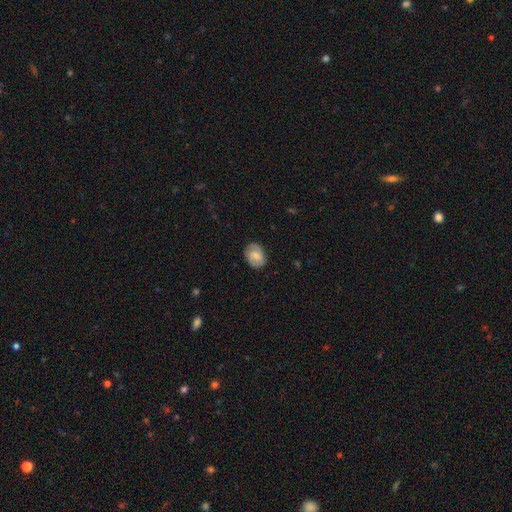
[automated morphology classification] Q: Smooth or featured?
A: featured or disk (48%); runner-up: smooth (44%)
Q: Merging?
A: none (80%); runner-up: minor disturbance (15%)